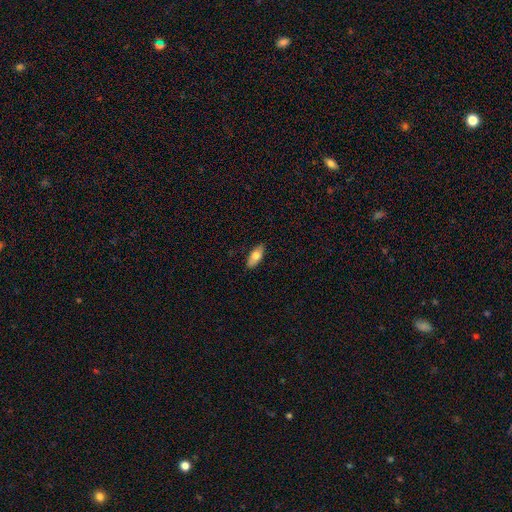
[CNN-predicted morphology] Smooth or featured? smooth (71%)
How rounded? in between (83%)
Merging? none (87%)